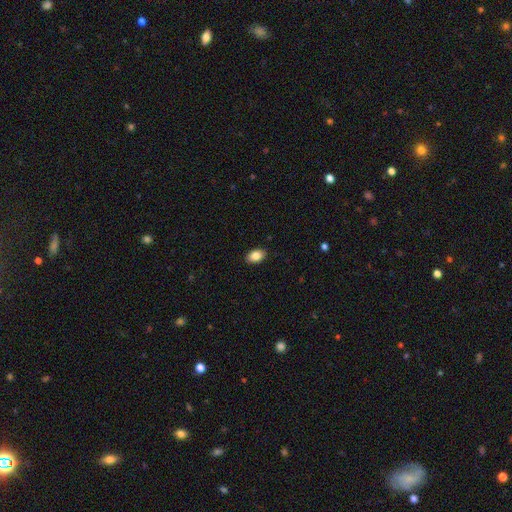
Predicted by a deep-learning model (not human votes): This is clearly a smooth galaxy (85%). How rounded: clearly in between (90%). Merging: clearly none (90%).